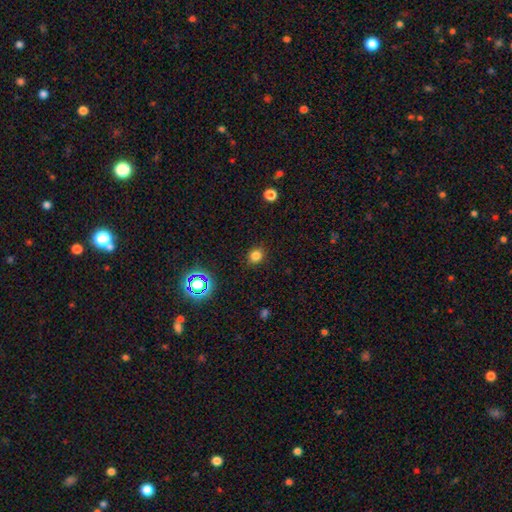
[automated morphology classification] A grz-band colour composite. It shows a smooth galaxy with no disk features (79%) that is round (79%). Merging: none (88%).